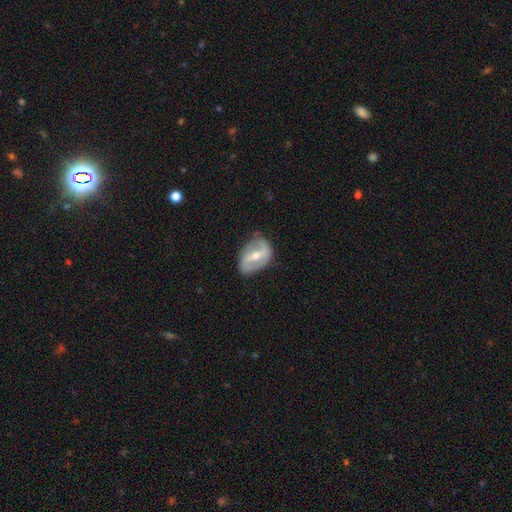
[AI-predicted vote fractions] smooth-or-featured: featured or disk: 74% | smooth: 21% | star or artifact: 5%
  disk-edge-on: no: 95% | yes: 5%
    bar: strong: 53% | weak: 35% | no: 12%
    has-spiral-arms: yes: 72% | no: 28%
      spiral-winding: loose: 43% | medium: 37% | tight: 20%
      spiral-arm-count: 2: 85% | can't tell: 9% | 1: 4% | 3: 1% | 4: 1% | more than 4: 1%
    bulge-size: moderate: 62% | small: 32% | large: 3% | none: 2% | dominant: 1%
  merging: none: 75% | minor disturbance: 18% | major disturbance: 6% | merger: 1%